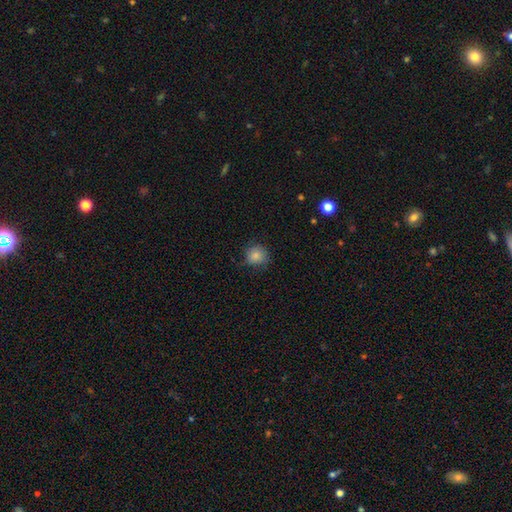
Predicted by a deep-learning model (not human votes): Q: Smooth or featured?
A: smooth (85%); runner-up: star or artifact (9%)
Q: How rounded?
A: round (89%); runner-up: in between (10%)
Q: Merging?
A: none (77%); runner-up: minor disturbance (18%)